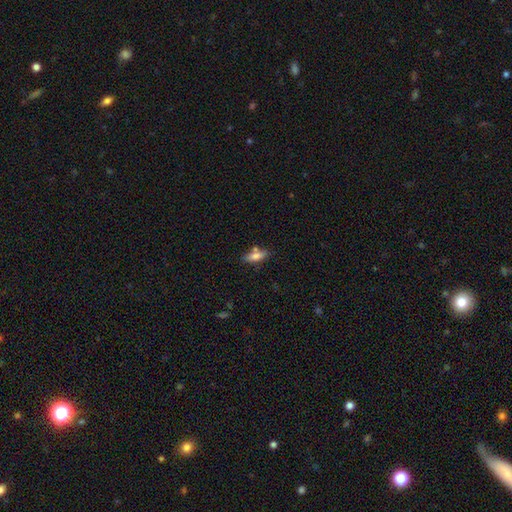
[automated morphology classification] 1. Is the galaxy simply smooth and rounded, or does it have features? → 70% smooth, 23% featured or disk, 8% star or artifact.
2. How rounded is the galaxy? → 55% in between, 42% cigar-shaped, 3% round.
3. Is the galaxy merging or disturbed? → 69% none, 15% minor disturbance, 12% merger, 4% major disturbance.